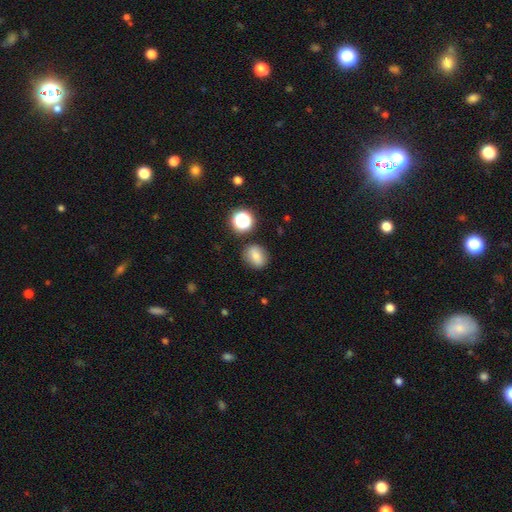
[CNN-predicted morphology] smooth-or-featured: smooth: 76% | star or artifact: 13% | featured or disk: 10%
  how-rounded: in between: 51% | round: 48% | cigar-shaped: 2%
  merging: none: 80% | minor disturbance: 12% | merger: 4% | major disturbance: 3%